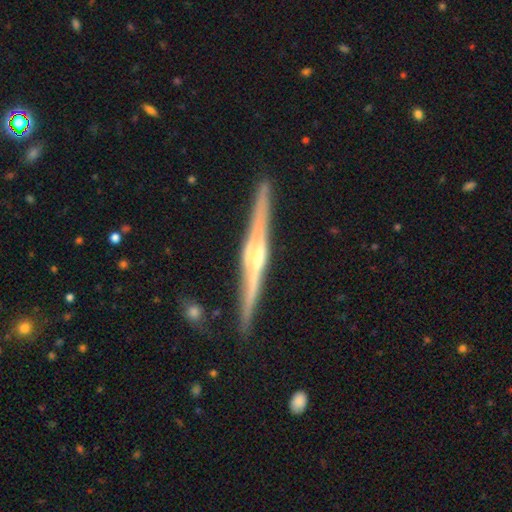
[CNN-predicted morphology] A featured or disk galaxy (86%) viewed edge-on (98%) with a rounded central bulge (66%). Merging: none (90%).